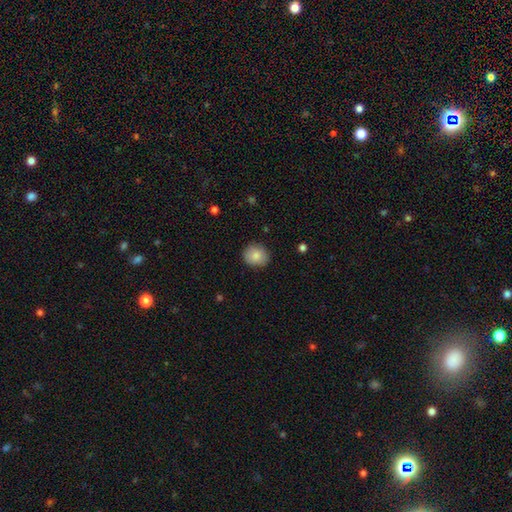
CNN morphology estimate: smooth_or_featured: smooth (p=0.84) [alt: featured or disk p=0.08]
how_rounded: round (p=0.82) [alt: in between p=0.17]
merging: none (p=0.85) [alt: minor disturbance p=0.12]